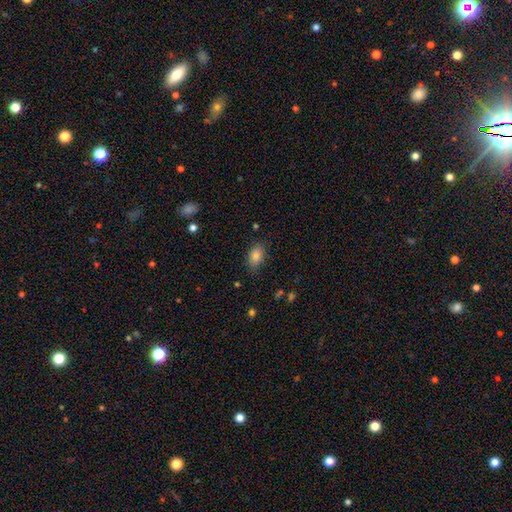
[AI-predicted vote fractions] Overall: smooth (83%). How rounded: in between (86%). Merging: none (82%).